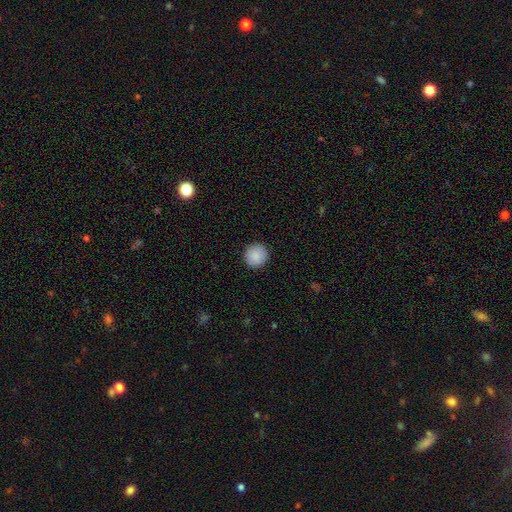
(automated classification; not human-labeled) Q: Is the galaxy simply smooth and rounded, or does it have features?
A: smooth — 88%.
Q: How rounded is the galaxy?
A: round — 95%.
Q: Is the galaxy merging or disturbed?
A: none — 92%.